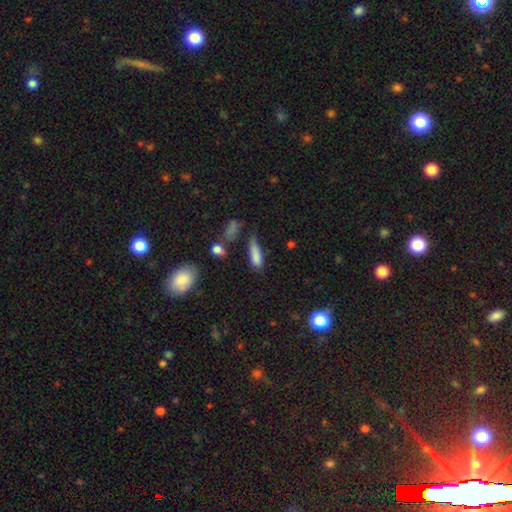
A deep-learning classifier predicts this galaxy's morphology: This is clearly a smooth galaxy (81%). How rounded: possibly in between (49%). Merging: possibly none (48%).